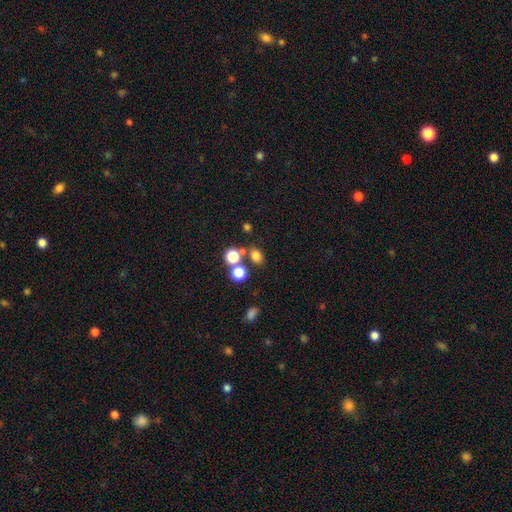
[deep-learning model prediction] smooth_or_featured: smooth (p=0.75) [alt: star or artifact p=0.18]
how_rounded: in between (p=0.56) [alt: round p=0.43]
merging: none (p=0.67) [alt: merger p=0.19]